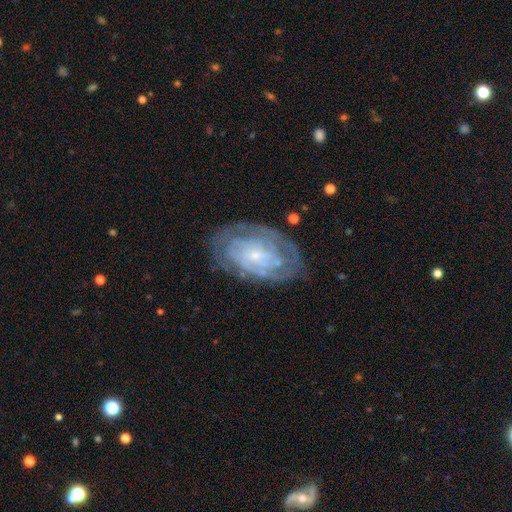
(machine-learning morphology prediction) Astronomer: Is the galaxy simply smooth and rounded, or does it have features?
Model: featured or disk — 80%.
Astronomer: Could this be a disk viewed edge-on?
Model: no — 96%.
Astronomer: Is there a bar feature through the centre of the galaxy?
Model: no — 65%.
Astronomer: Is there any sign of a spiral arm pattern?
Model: yes — 89%.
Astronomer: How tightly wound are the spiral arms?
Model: tight — 74%.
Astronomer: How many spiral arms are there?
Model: can't tell — 50%.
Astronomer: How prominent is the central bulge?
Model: small — 78%.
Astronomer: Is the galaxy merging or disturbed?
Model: none — 74%.